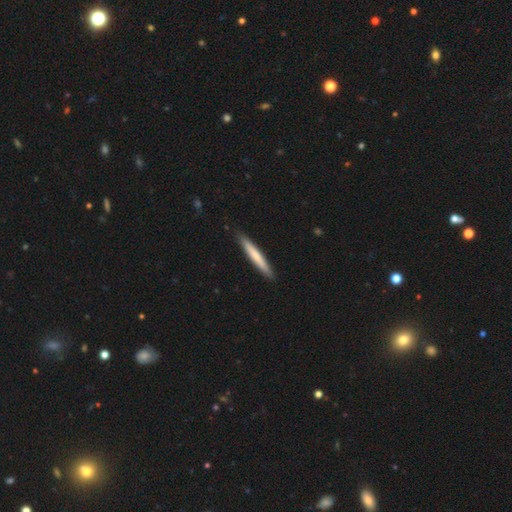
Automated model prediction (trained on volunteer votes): A smooth galaxy with no disk features (67%) that is cigar-shaped (96%).

Vote fractions:
- Smooth or featured? smooth: 67% / featured or disk: 28% / star or artifact: 5%
- How rounded? cigar-shaped: 96% / in between: 3% / round: 1%
- Merging? none: 91% / minor disturbance: 7% / major disturbance: 1% / merger: 1%